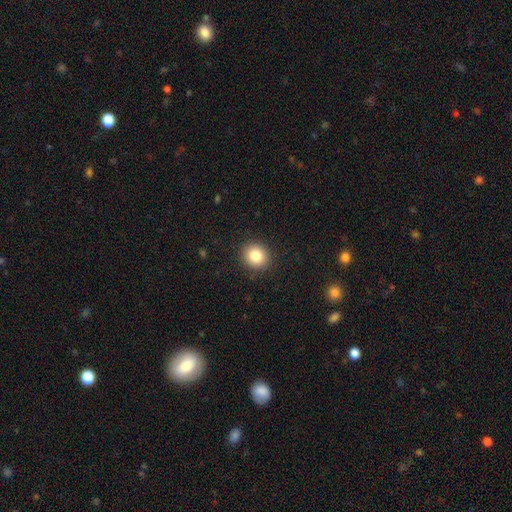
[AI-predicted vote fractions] Q: Smooth or featured?
A: smooth (84%); runner-up: star or artifact (10%)
Q: How rounded?
A: round (85%); runner-up: in between (14%)
Q: Merging?
A: none (91%); runner-up: minor disturbance (6%)